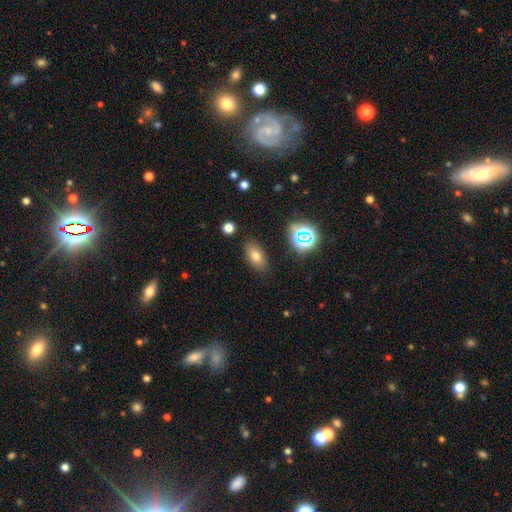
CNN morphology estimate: This appears to be a smooth galaxy with no disk features (73%) that is in between round and cigar-shaped (87%). Merging: none (85%).